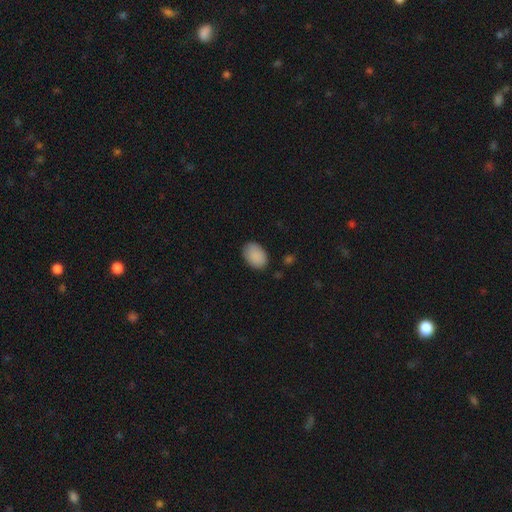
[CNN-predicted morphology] smooth-or-featured: smooth: 90% | star or artifact: 7% | featured or disk: 4%
  how-rounded: in between: 85% | round: 14% | cigar-shaped: 1%
  merging: none: 83% | minor disturbance: 13% | major disturbance: 3% | merger: 1%